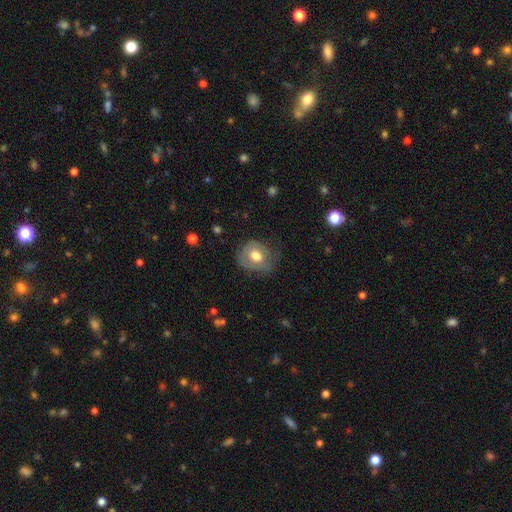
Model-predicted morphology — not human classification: smooth 58%, featured or disk 35%, star or artifact 7%. Down the decision tree: how rounded — round (63%); merging — none (54%).